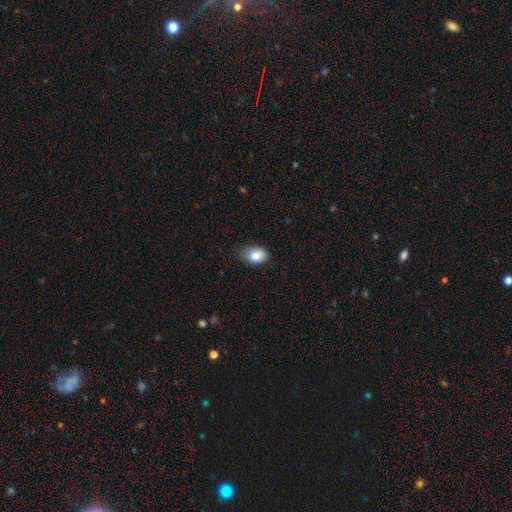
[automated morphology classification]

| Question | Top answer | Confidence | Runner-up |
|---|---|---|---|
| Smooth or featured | smooth | 82% | featured or disk (10%) |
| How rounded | in between | 80% | round (19%) |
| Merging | none | 75% | minor disturbance (21%) |